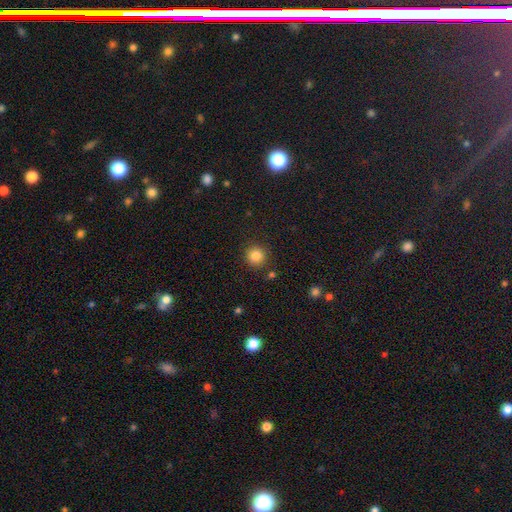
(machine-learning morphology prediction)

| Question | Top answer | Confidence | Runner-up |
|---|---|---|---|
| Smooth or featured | smooth | 85% | star or artifact (11%) |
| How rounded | round | 93% | in between (6%) |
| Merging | none | 88% | minor disturbance (7%) |